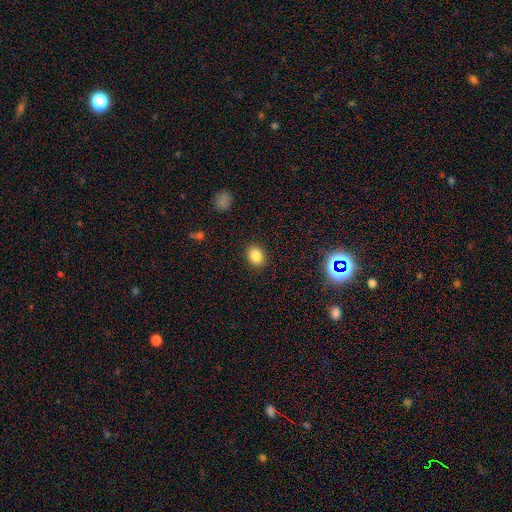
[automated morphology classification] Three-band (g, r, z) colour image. It shows a smooth galaxy with no disk features (85%) that is in between round and cigar-shaped (58%). Merging: none (89%).